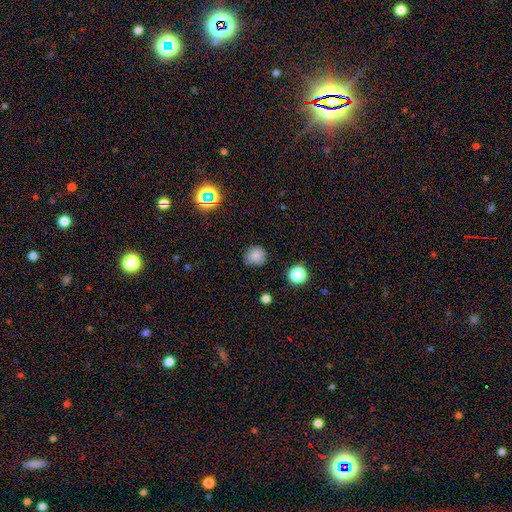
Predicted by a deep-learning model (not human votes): Smooth or featured?
  - smooth: 82% *
  - star or artifact: 13%
  - featured or disk: 5%
How rounded?
  - round: 87% *
  - in between: 12%
  - cigar-shaped: 1%
Merging?
  - none: 77% *
  - minor disturbance: 17%
  - major disturbance: 4%
  - merger: 2%